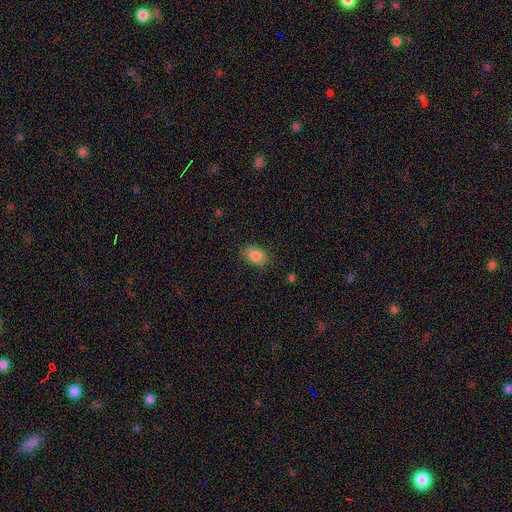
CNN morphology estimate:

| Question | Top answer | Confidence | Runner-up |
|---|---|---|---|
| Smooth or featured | smooth | 84% | star or artifact (9%) |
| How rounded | in between | 75% | round (23%) |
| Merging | none | 80% | minor disturbance (15%) |